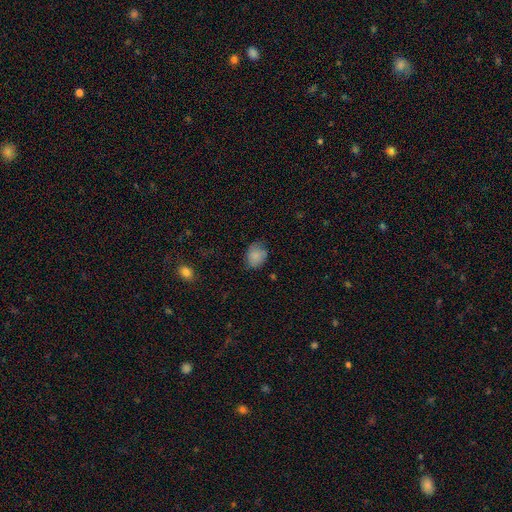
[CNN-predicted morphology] This is clearly a smooth galaxy (83%). How rounded: possibly round (51%). Merging: likely none (68%).